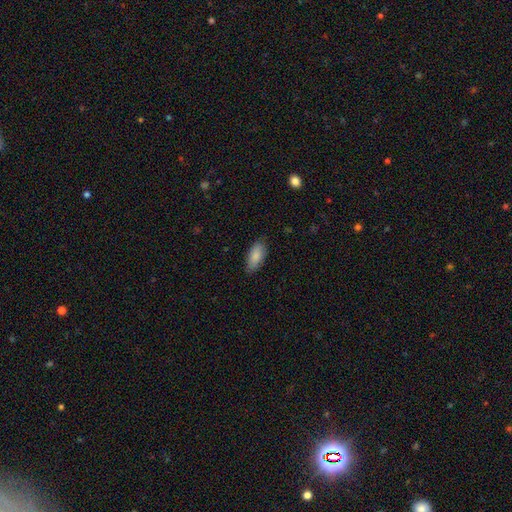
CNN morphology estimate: The model was most divided on "merging": none: 82%, minor disturbance: 14%, major disturbance: 3%, merger: 1%. More confident: how rounded — in between (90%); smooth or featured — smooth (86%).